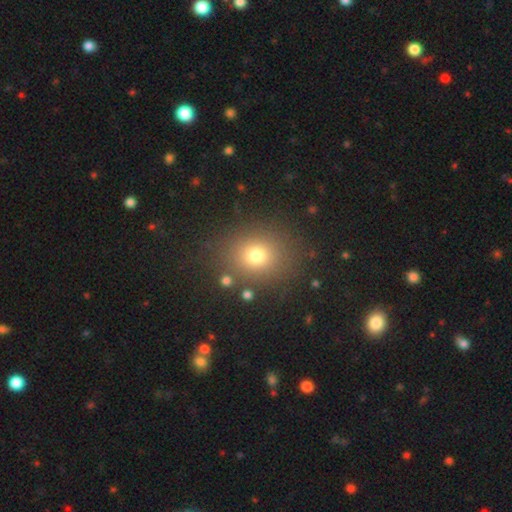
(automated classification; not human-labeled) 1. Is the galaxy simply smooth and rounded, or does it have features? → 73% smooth, 18% star or artifact, 10% featured or disk.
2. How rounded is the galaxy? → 71% round, 28% in between, 1% cigar-shaped.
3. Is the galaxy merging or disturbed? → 83% none, 9% minor disturbance, 5% major disturbance, 3% merger.